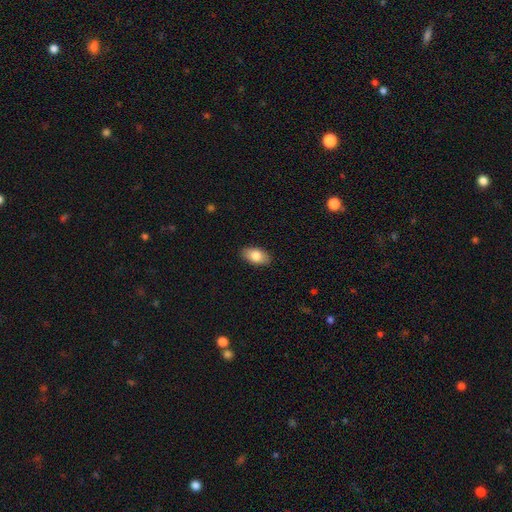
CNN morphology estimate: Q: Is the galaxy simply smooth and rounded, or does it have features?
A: smooth — 82%.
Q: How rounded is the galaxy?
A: in between — 93%.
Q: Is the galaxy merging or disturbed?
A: none — 89%.